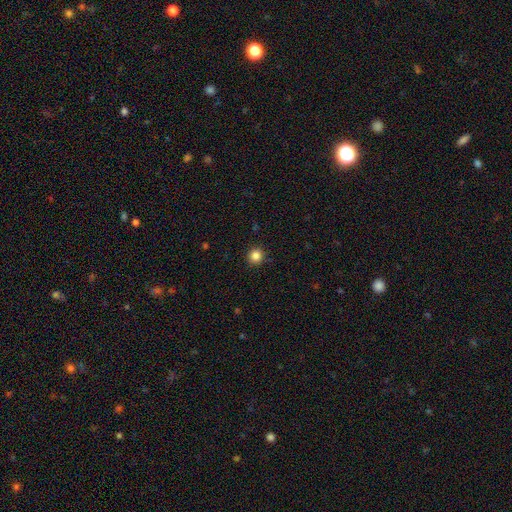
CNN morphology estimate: A smooth galaxy with no disk features (85%) that is round (94%). Merging: none (92%).